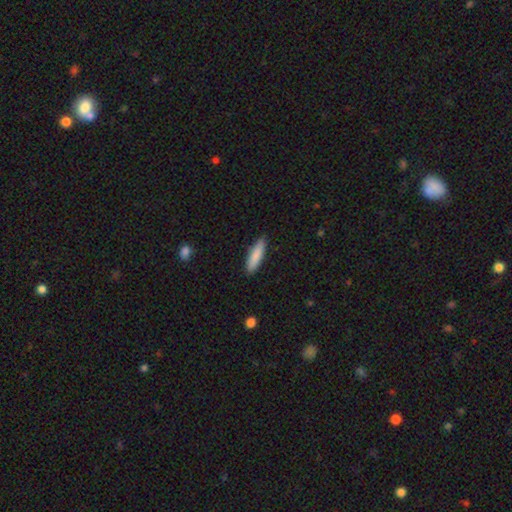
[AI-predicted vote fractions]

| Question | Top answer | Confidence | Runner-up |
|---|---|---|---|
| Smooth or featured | smooth | 86% | featured or disk (9%) |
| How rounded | cigar-shaped | 71% | in between (28%) |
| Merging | none | 88% | minor disturbance (9%) |